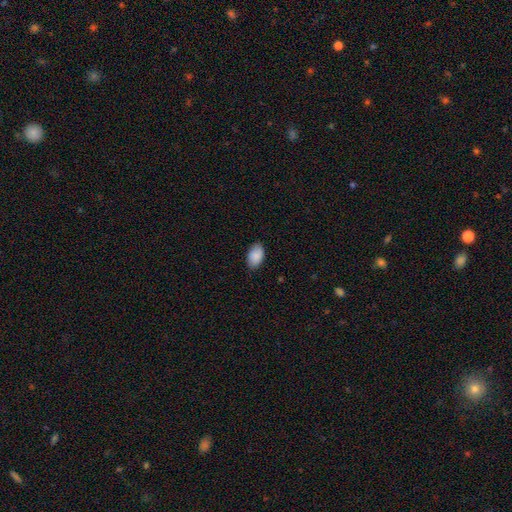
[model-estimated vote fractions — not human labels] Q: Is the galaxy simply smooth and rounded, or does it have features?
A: smooth — 89%.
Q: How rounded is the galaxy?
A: in between — 93%.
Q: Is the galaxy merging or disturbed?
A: none — 84%.